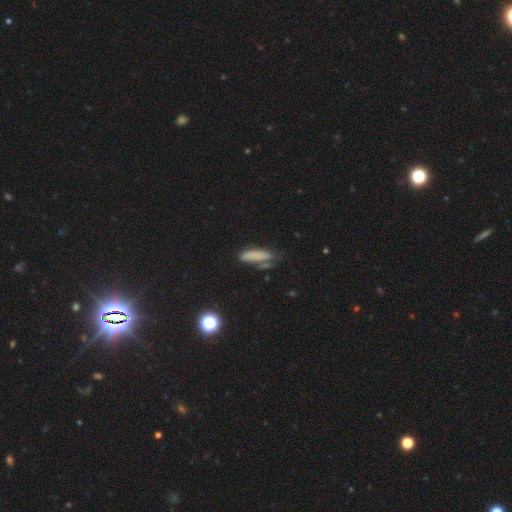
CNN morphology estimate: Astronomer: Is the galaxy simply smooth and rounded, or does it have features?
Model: smooth — 75%.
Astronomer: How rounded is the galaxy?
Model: cigar-shaped — 73%.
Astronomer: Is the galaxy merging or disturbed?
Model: none — 60%.